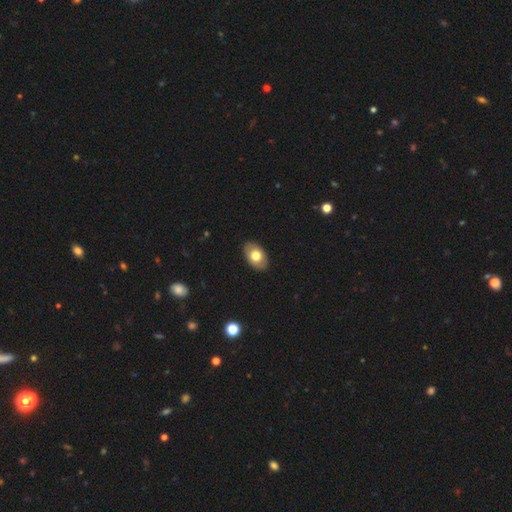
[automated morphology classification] Smooth or featured?
  - smooth: 69% *
  - featured or disk: 24%
  - star or artifact: 7%
How rounded?
  - in between: 88% *
  - round: 10%
  - cigar-shaped: 1%
Merging?
  - none: 88% *
  - minor disturbance: 9%
  - major disturbance: 2%
  - merger: 1%